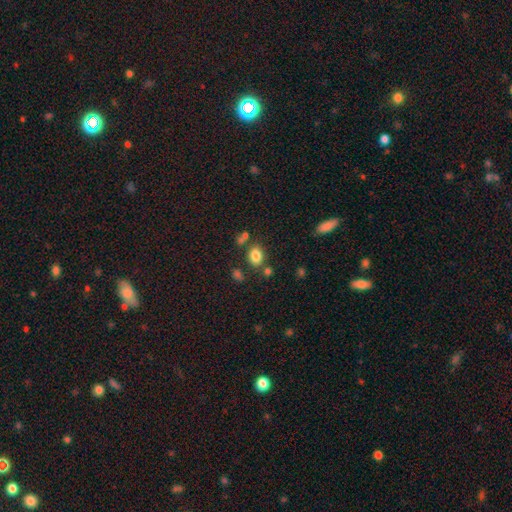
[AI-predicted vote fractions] This is clearly a smooth galaxy (82%). How rounded: possibly in between (60%). Merging: likely none (74%).